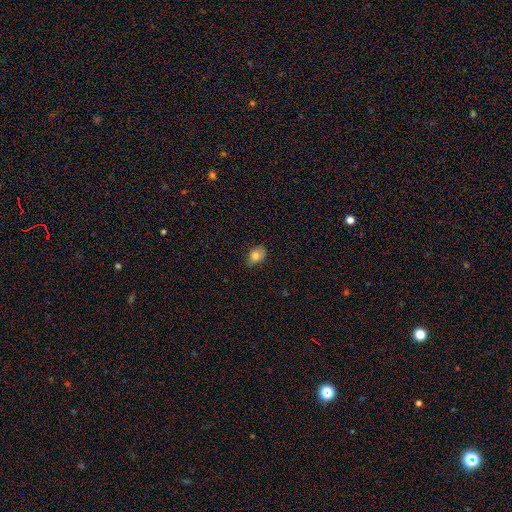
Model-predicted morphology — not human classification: A smooth galaxy with no disk features (80%) that is in between round and cigar-shaped (76%).

Vote fractions:
- Smooth or featured? smooth: 80% / featured or disk: 10% / star or artifact: 9%
- How rounded? in between: 76% / round: 22% / cigar-shaped: 1%
- Merging? none: 79% / minor disturbance: 17% / major disturbance: 3% / merger: 1%